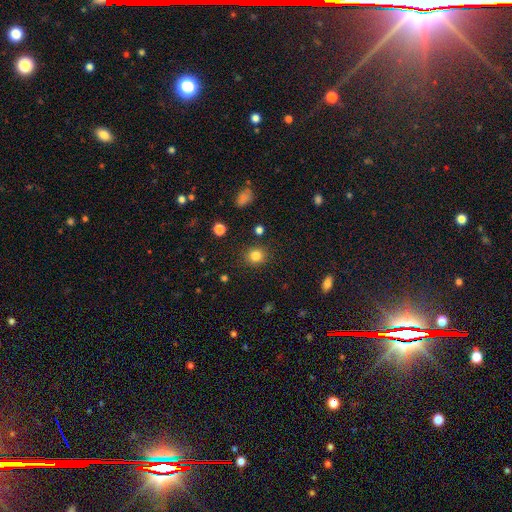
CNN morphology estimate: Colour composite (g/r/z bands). It shows a smooth galaxy with no disk features (83%) that is round (83%). Merging: none (88%).